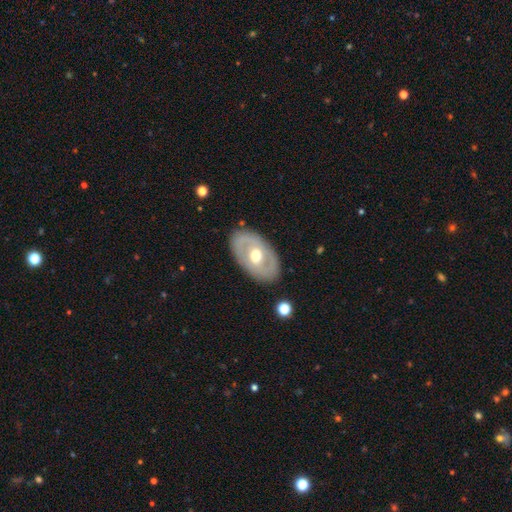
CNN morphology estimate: Smooth or featured? Predicted: featured or disk (p=0.66). Edge-on disk? Predicted: no (p=0.91). Bar? Predicted: no (p=0.55). Spiral arms? Predicted: no (p=0.60). Bulge size? Predicted: moderate (p=0.75). Merging? Predicted: none (p=0.83).